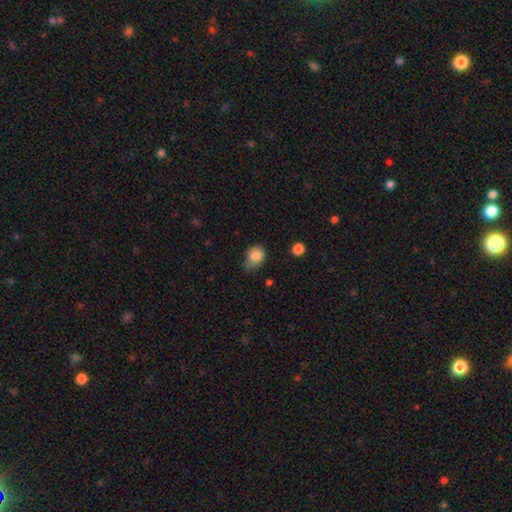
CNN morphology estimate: Smooth or featured? smooth (83%)
How rounded? round (54%)
Merging? none (44%)